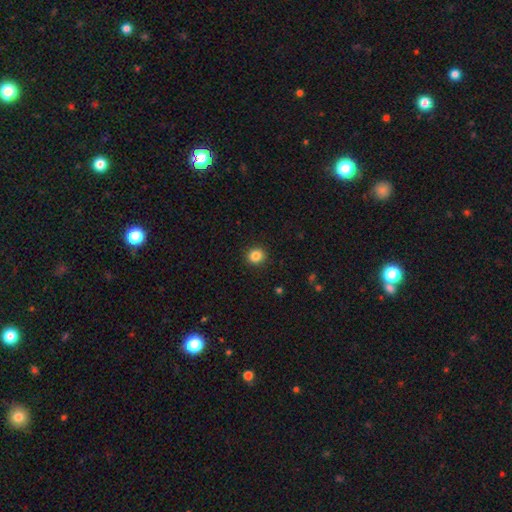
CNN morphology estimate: smooth 86%, star or artifact 10%, featured or disk 4%. Down the decision tree: how rounded — round (86%); merging — none (92%).